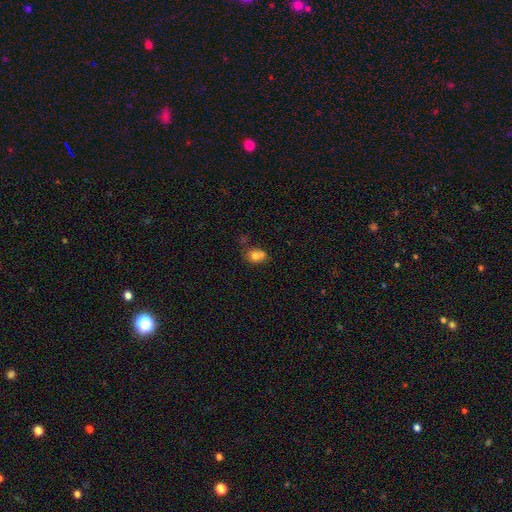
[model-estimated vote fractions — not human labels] This appears to be a smooth galaxy with no disk features (71%) that is round (53%). Merging: merger (46%).